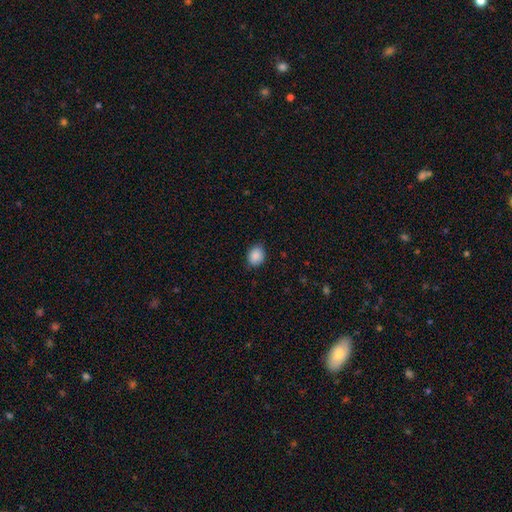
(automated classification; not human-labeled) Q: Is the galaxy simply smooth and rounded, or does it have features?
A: smooth — 88%.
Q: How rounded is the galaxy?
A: in between — 56%.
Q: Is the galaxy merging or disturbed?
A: none — 81%.